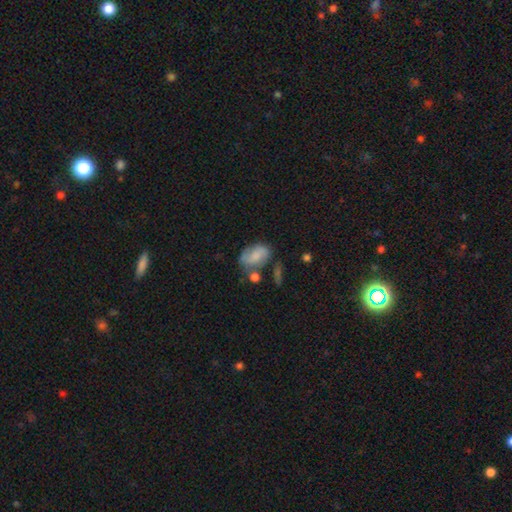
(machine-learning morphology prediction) type=smooth (56%); roundness=in between (84%); merging=none (52%).